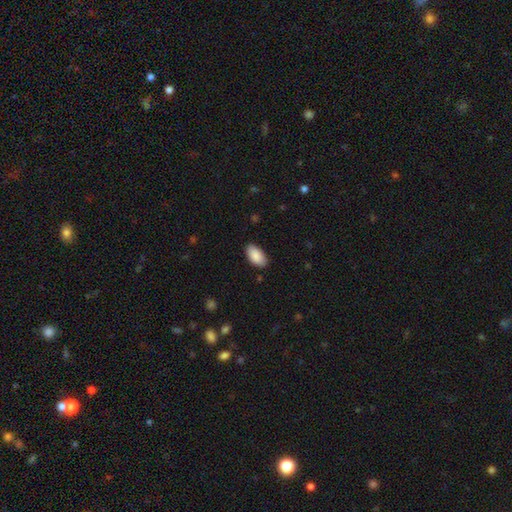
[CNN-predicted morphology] Q: Smooth or featured?
A: smooth (90%); runner-up: star or artifact (6%)
Q: How rounded?
A: in between (95%); runner-up: cigar-shaped (2%)
Q: Merging?
A: none (85%); runner-up: minor disturbance (11%)